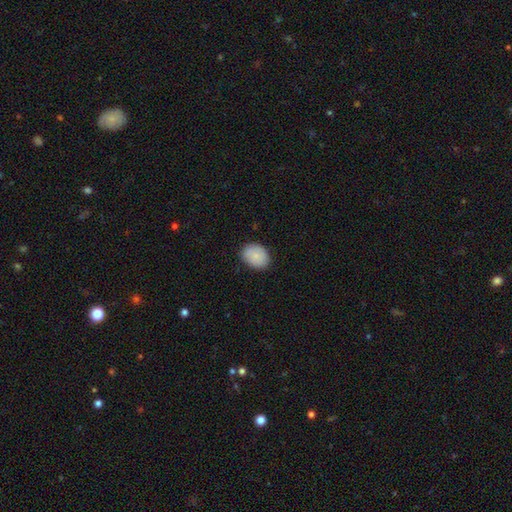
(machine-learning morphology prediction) Q: Smooth or featured?
A: smooth (83%); runner-up: featured or disk (11%)
Q: How rounded?
A: in between (62%); runner-up: round (37%)
Q: Merging?
A: none (82%); runner-up: minor disturbance (14%)